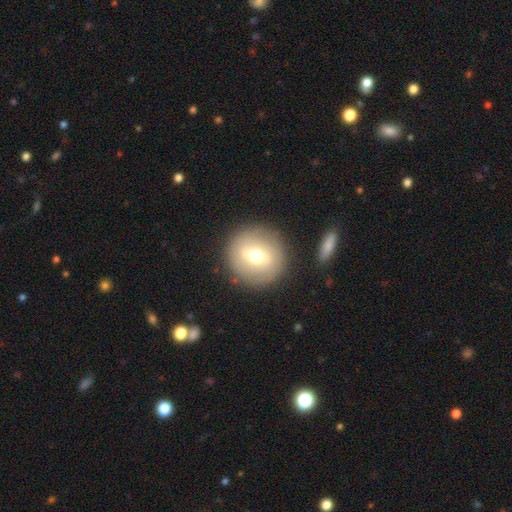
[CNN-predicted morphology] smooth 54%, featured or disk 37%, star or artifact 8%. Down the decision tree: how rounded — round (92%); merging — none (86%).